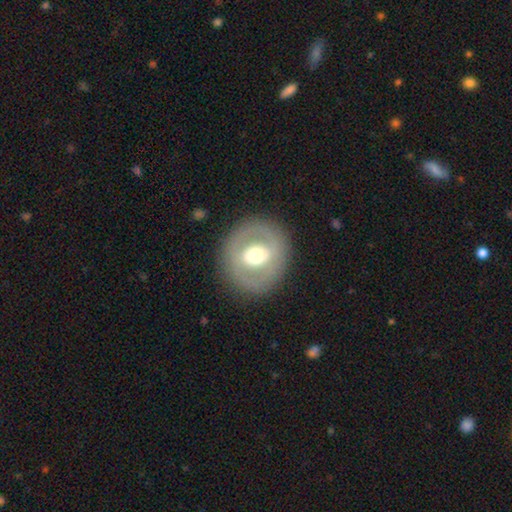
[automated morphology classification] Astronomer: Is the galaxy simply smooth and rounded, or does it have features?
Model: featured or disk — 52% (runner-up: smooth, 41%).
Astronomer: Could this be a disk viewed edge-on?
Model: no — 93%.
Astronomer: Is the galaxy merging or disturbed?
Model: none — 85%.